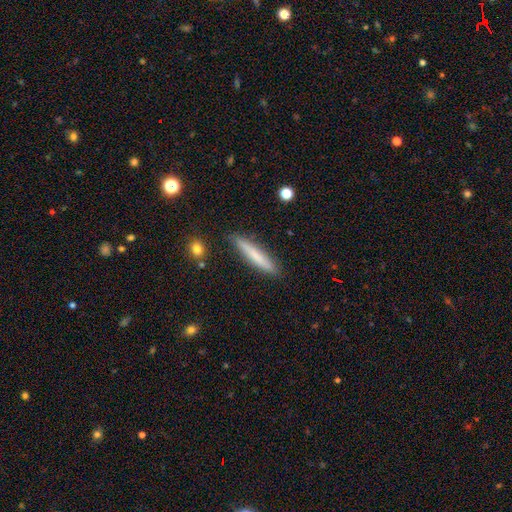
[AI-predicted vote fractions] smooth-or-featured: smooth: 70% | featured or disk: 23% | star or artifact: 7%
  how-rounded: cigar-shaped: 93% | in between: 6% | round: 1%
  merging: none: 89% | minor disturbance: 8% | major disturbance: 2% | merger: 1%